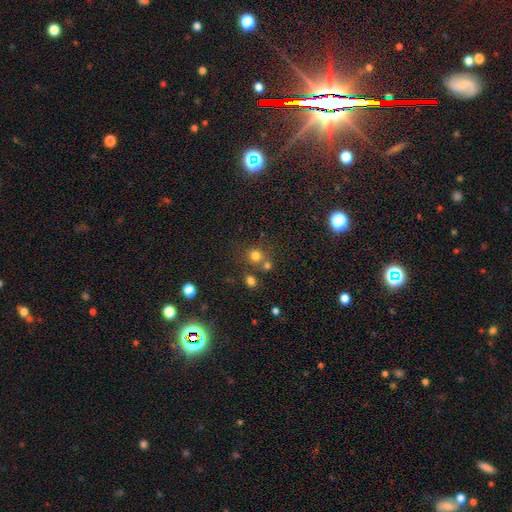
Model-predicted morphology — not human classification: smooth_or_featured: smooth (p=0.75) [alt: star or artifact p=0.17]
how_rounded: round (p=0.85) [alt: in between p=0.14]
merging: none (p=0.62) [alt: merger p=0.25]